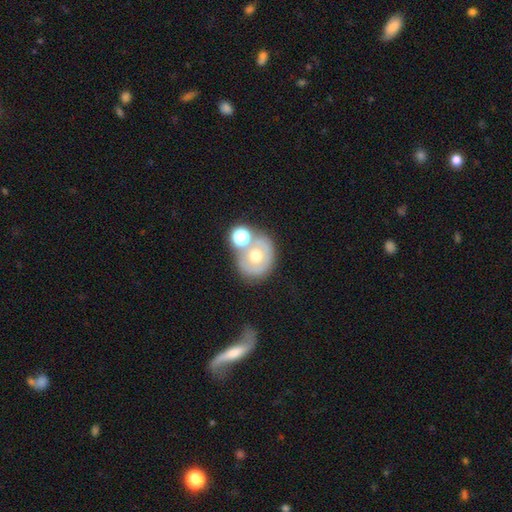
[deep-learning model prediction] Smooth or featured? Predicted: smooth (p=0.46). Merging? Predicted: none (p=0.49).